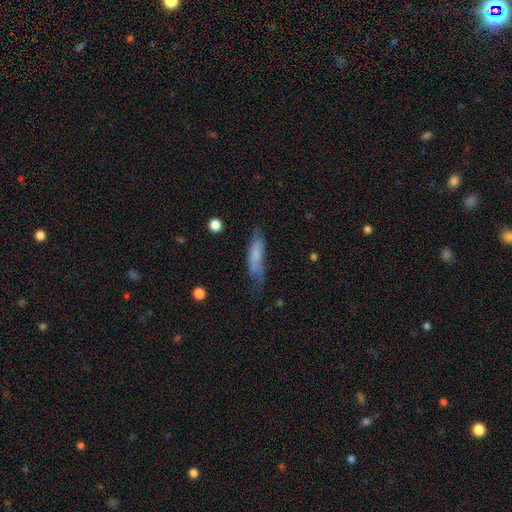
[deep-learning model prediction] Overall: smooth (66%; featured or disk 26%). How rounded: cigar-shaped (64%; in between 34%). Merging: none (45%; minor disturbance 32%).